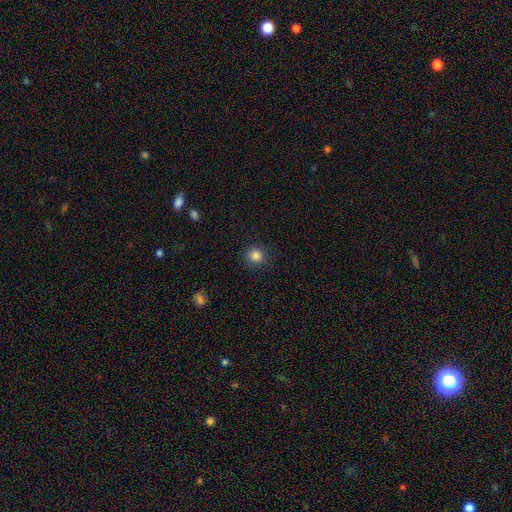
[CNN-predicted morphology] type=smooth (83%); roundness=round (91%); merging=none (90%).